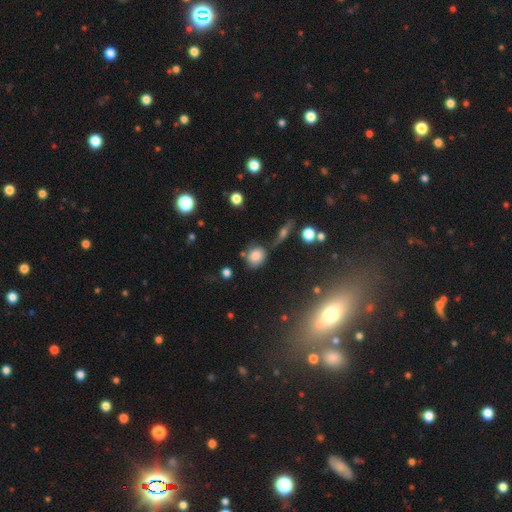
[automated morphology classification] Smooth or featured? Predicted: smooth (p=0.79). How rounded? Predicted: round (p=0.59). Merging? Predicted: none (p=0.61).